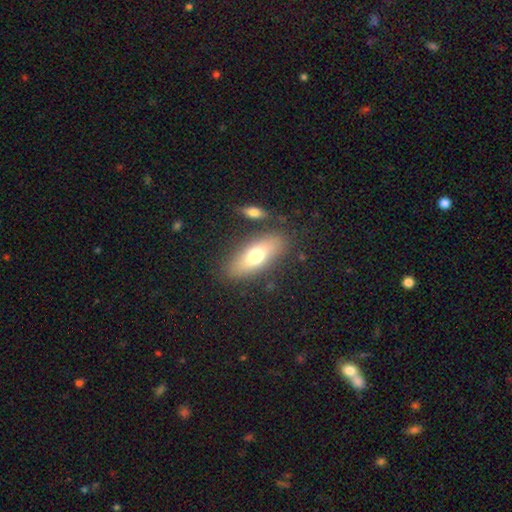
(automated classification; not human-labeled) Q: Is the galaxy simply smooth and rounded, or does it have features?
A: smooth — 67%.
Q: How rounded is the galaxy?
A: in between — 73%.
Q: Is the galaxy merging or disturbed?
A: none — 82%.